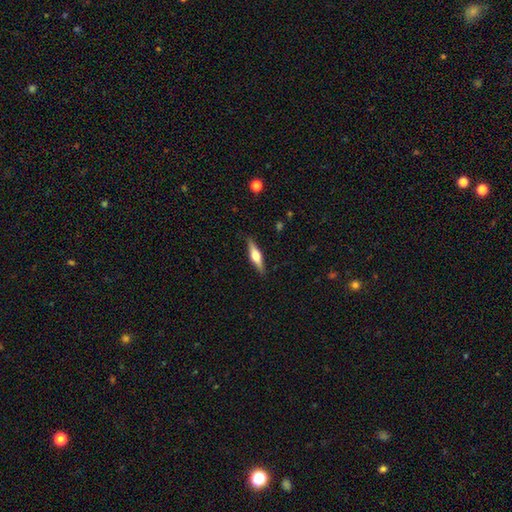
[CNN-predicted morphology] Smooth or featured?
  - featured or disk: 60% *
  - smooth: 34%
  - star or artifact: 6%
Edge-on disk?
  - yes: 96% *
  - no: 4%
Edge-on bulge?
  - rounded: 94% *
  - boxy: 4%
  - none: 2%
Merging?
  - none: 90% *
  - minor disturbance: 8%
  - major disturbance: 2%
  - merger: 1%